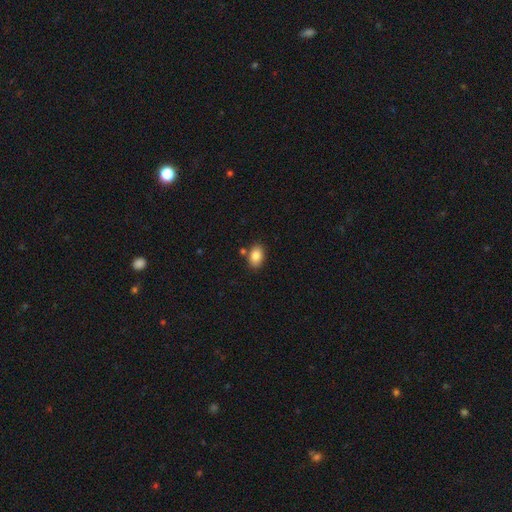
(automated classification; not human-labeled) smooth_or_featured: smooth (p=0.85) [alt: star or artifact p=0.08]
how_rounded: in between (p=0.85) [alt: round p=0.14]
merging: none (p=0.80) [alt: minor disturbance p=0.11]